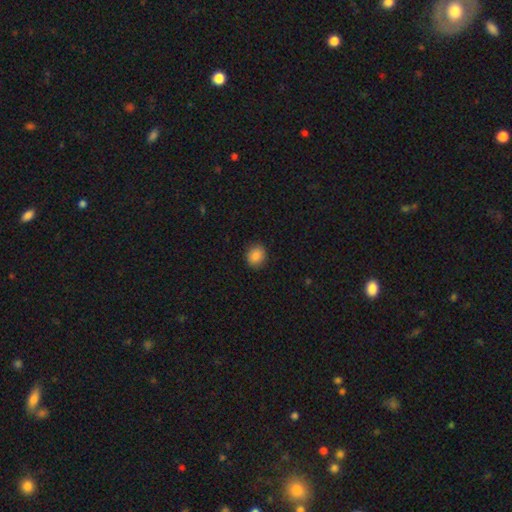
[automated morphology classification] A smooth galaxy with no disk features (85%) that is round (73%). Merging: none (90%).